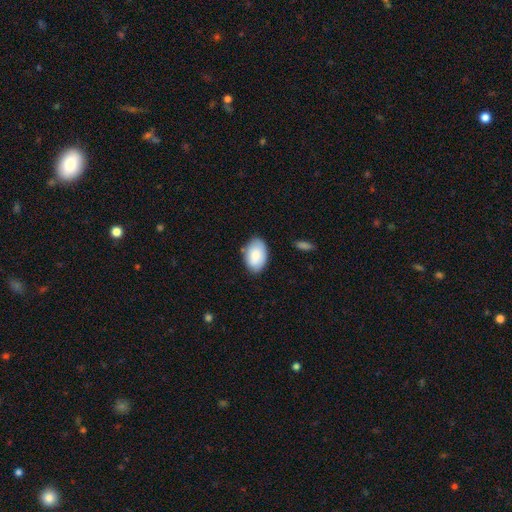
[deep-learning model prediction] A smooth galaxy with no disk features (84%) that is in between round and cigar-shaped (91%). Merging: none (79%).